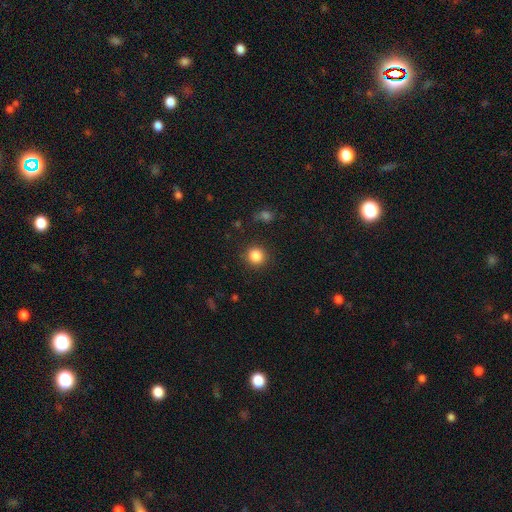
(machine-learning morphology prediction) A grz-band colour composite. It shows a smooth galaxy with no disk features (85%) that is round (92%). Merging: none (89%).